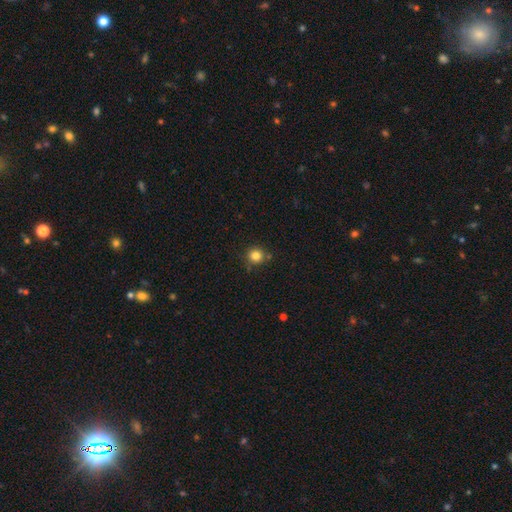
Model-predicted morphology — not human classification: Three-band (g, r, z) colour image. It shows a smooth galaxy with no disk features (83%) that is round (90%). Merging: none (80%).